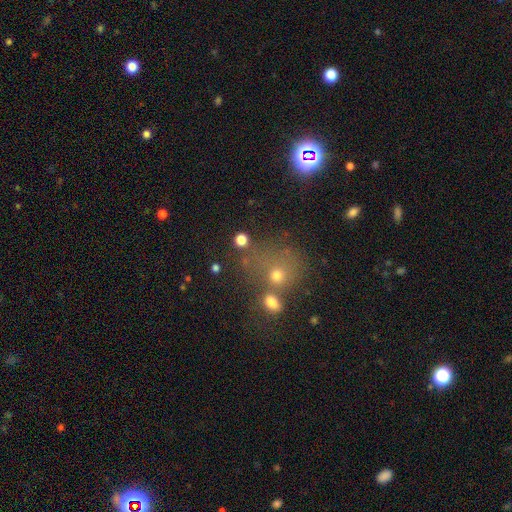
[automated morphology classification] A smooth galaxy with no disk features (48%).

Vote fractions:
- Smooth or featured? smooth: 48% / star or artifact: 39% / featured or disk: 13%
- Merging? none: 46% / merger: 36% / minor disturbance: 10% / major disturbance: 7%